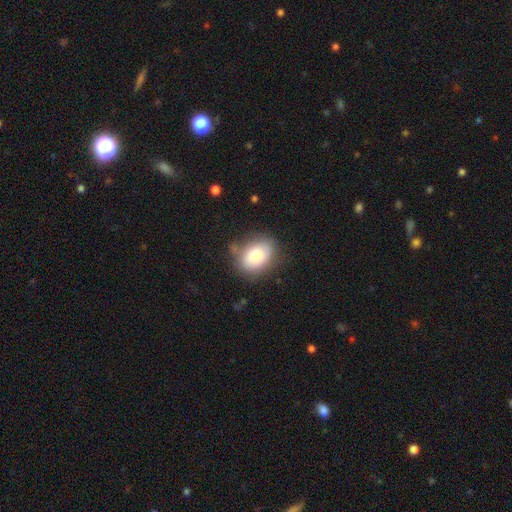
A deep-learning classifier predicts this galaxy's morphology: Smooth or featured? Predicted: smooth (p=0.78). How rounded? Predicted: in between (p=0.74). Merging? Predicted: none (p=0.72).